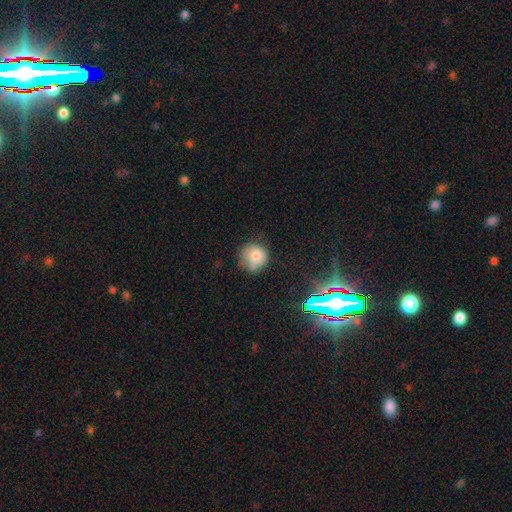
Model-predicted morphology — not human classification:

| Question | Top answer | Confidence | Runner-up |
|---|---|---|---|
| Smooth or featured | smooth | 75% | featured or disk (13%) |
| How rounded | round | 86% | in between (14%) |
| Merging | none | 51% | minor disturbance (28%) |